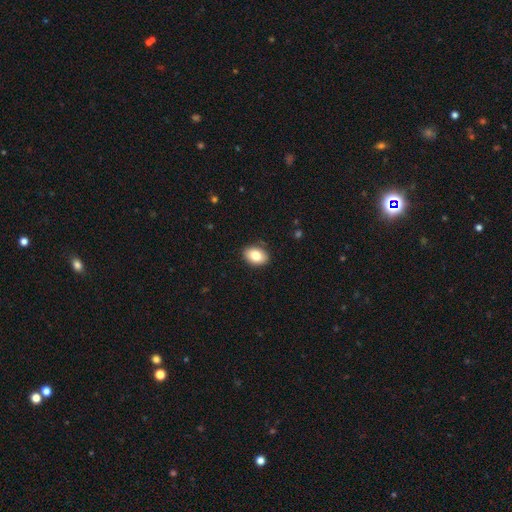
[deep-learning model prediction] Q: Smooth or featured?
A: smooth (83%); runner-up: featured or disk (10%)
Q: How rounded?
A: in between (81%); runner-up: round (17%)
Q: Merging?
A: none (88%); runner-up: minor disturbance (9%)